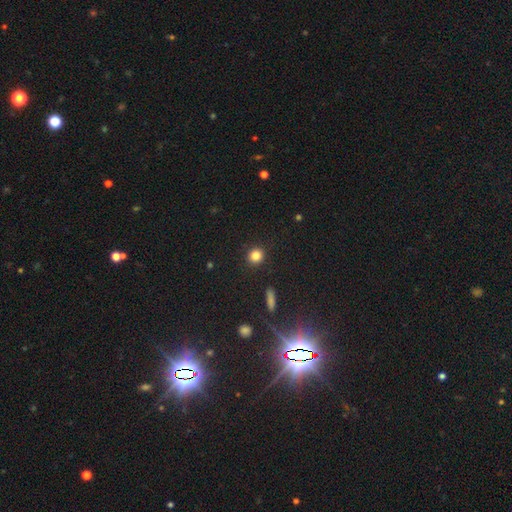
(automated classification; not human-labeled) Smooth or featured: smooth — 84% (star or artifact — 11%)
How rounded: round — 90% (in between — 9%)
Merging: none — 91% (minor disturbance — 6%)